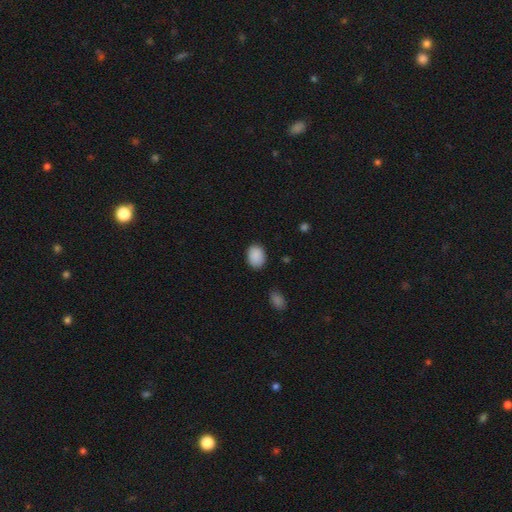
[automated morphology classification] Smooth or featured: smooth — 90% (star or artifact — 7%)
How rounded: in between — 70% (round — 29%)
Merging: none — 84% (minor disturbance — 12%)